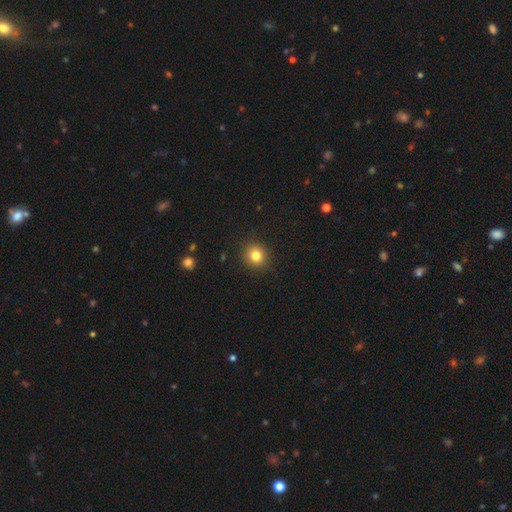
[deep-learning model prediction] A smooth galaxy with no disk features (81%) that is round (86%). Merging: none (91%).